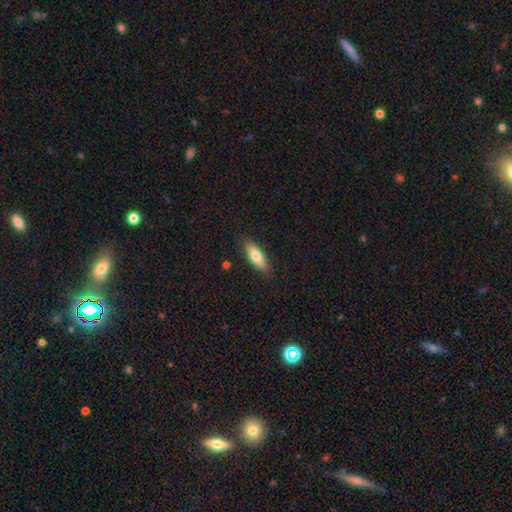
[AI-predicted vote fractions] Q: Smooth or featured?
A: smooth (71%); runner-up: featured or disk (23%)
Q: How rounded?
A: in between (63%); runner-up: cigar-shaped (35%)
Q: Merging?
A: none (86%); runner-up: minor disturbance (11%)